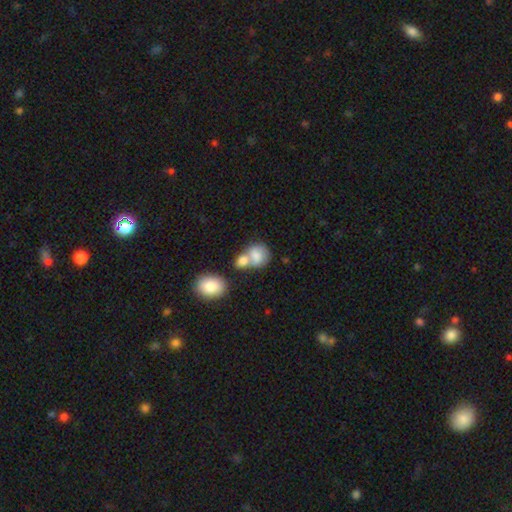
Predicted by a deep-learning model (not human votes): This appears to be a smooth galaxy with no disk features (77%) that is round (53%). Merging: merger (60%).